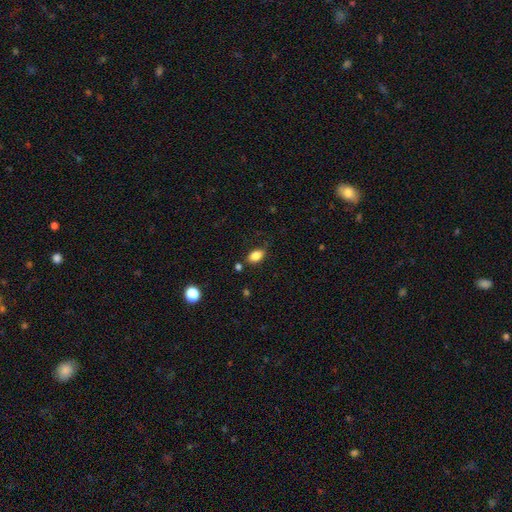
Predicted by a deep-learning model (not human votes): Smooth or featured? Predicted: smooth (p=0.86). How rounded? Predicted: in between (p=0.88). Merging? Predicted: none (p=0.76).